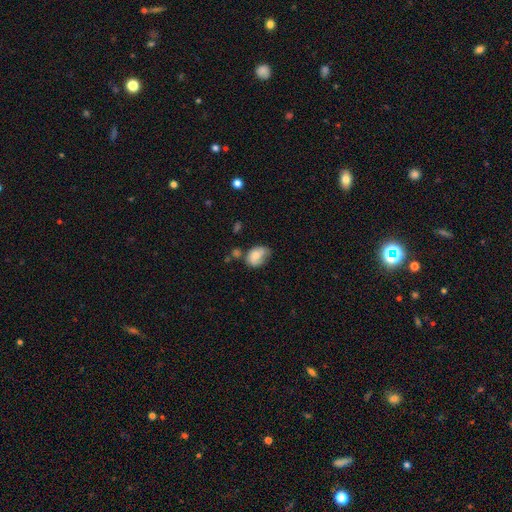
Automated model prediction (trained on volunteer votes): A smooth galaxy with no disk features (73%) that is in between round and cigar-shaped (79%). Merging: minor disturbance (39%).